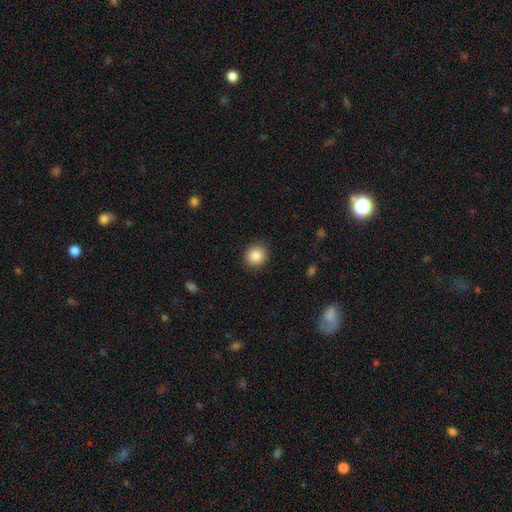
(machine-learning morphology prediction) smooth-or-featured: smooth: 86% | star or artifact: 9% | featured or disk: 5%
  how-rounded: round: 83% | in between: 16% | cigar-shaped: 1%
  merging: none: 90% | minor disturbance: 7% | major disturbance: 2% | merger: 1%